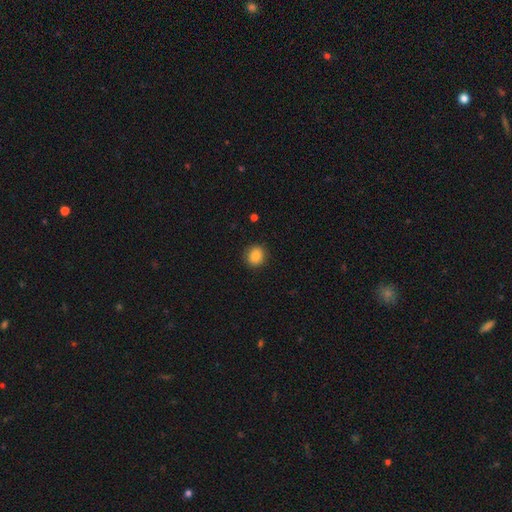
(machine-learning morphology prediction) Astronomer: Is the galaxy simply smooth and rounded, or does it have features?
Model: smooth — 85%.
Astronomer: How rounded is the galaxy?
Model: round — 82%.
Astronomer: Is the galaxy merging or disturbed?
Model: none — 90%.